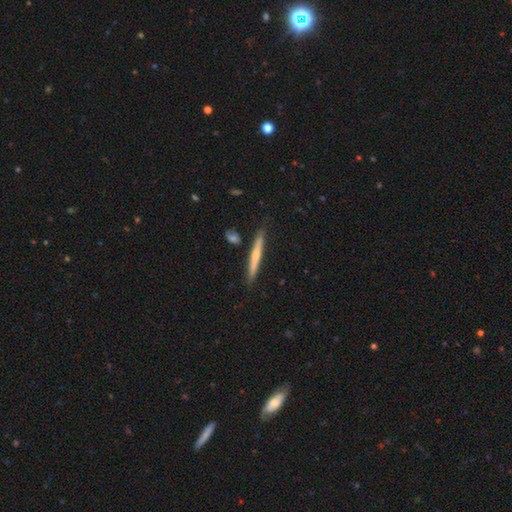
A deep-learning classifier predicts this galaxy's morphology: A smooth galaxy with no disk features (48%).

Vote fractions:
- Smooth or featured? smooth: 48% / featured or disk: 46% / star or artifact: 6%
- Merging? none: 86% / minor disturbance: 9% / merger: 3% / major disturbance: 2%